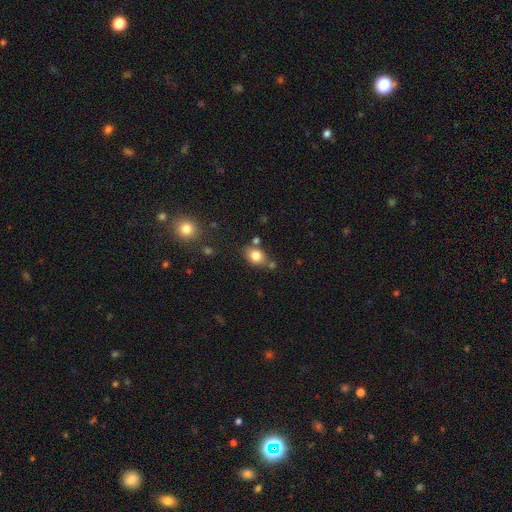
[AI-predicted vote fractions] smooth 82%, star or artifact 10%, featured or disk 8%. Down the decision tree: how rounded — in between (65%); merging — none (67%).